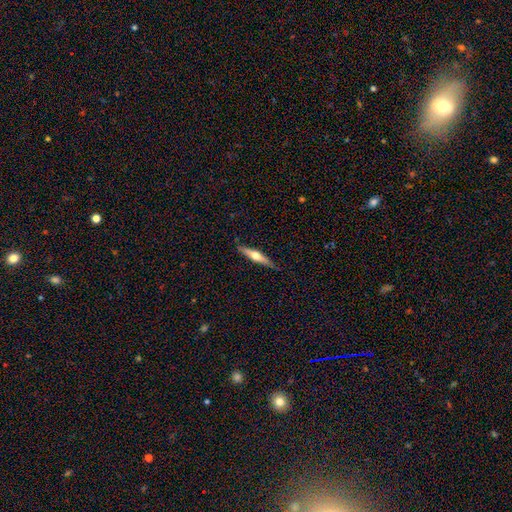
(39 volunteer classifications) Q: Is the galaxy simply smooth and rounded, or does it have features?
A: featured or disk — 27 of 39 (69%).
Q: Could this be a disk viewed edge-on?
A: yes — 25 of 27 (93%).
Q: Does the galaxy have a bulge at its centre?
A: rounded — 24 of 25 (96%).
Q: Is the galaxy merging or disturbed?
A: none — 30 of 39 (77%).